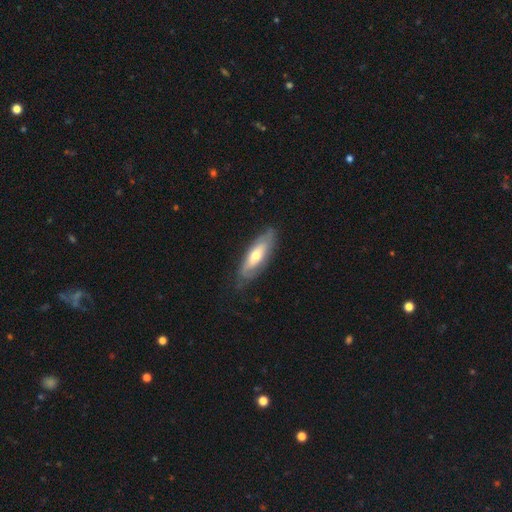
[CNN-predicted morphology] A featured or disk galaxy (54%).

Vote fractions:
- Smooth or featured? featured or disk: 54% / smooth: 41% / star or artifact: 6%
- Edge-on disk? no: 65% / yes: 35%
- Merging? none: 74% / minor disturbance: 19% / major disturbance: 5% / merger: 1%